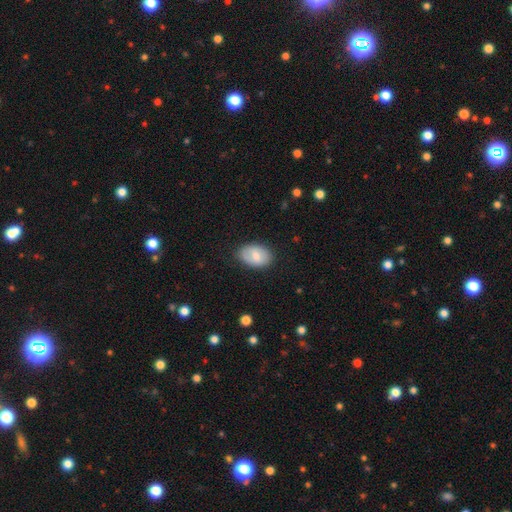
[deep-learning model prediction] Smooth or featured?
  - smooth: 72% *
  - featured or disk: 22%
  - star or artifact: 6%
How rounded?
  - in between: 88% *
  - round: 11%
  - cigar-shaped: 1%
Merging?
  - none: 79% *
  - minor disturbance: 16%
  - major disturbance: 4%
  - merger: 1%